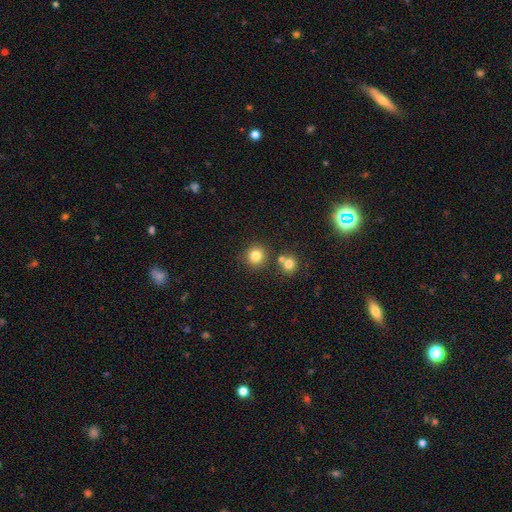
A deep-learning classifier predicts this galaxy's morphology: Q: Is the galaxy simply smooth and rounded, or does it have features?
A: smooth — 81%.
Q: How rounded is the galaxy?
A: round — 94%.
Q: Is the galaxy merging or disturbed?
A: none — 82%.